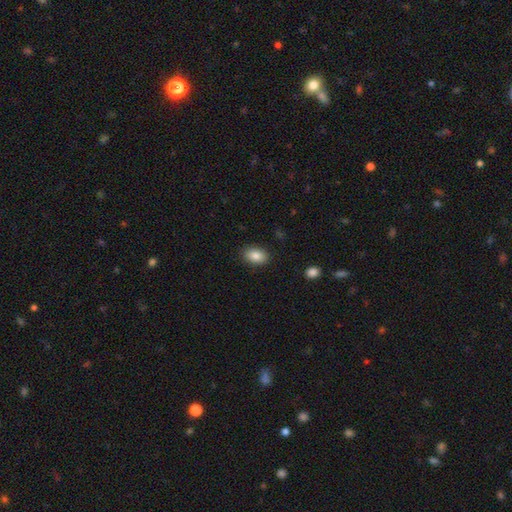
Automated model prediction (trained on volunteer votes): smooth_or_featured: smooth (p=0.85) [alt: star or artifact p=0.08]
how_rounded: in between (p=0.86) [alt: round p=0.13]
merging: none (p=0.88) [alt: minor disturbance p=0.09]